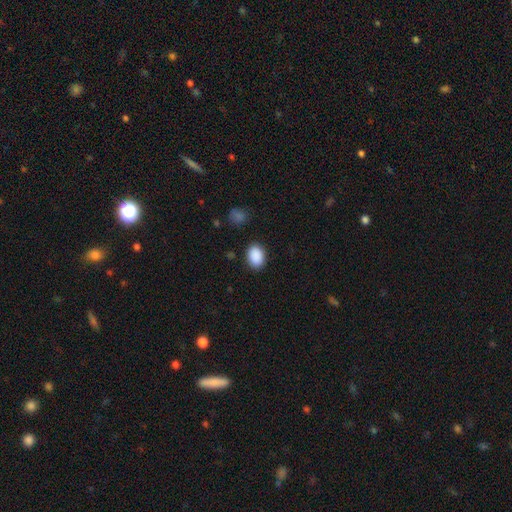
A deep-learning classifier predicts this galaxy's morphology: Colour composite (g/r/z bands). It shows a smooth galaxy with no disk features (90%) that is in between round and cigar-shaped (77%). Merging: none (87%).